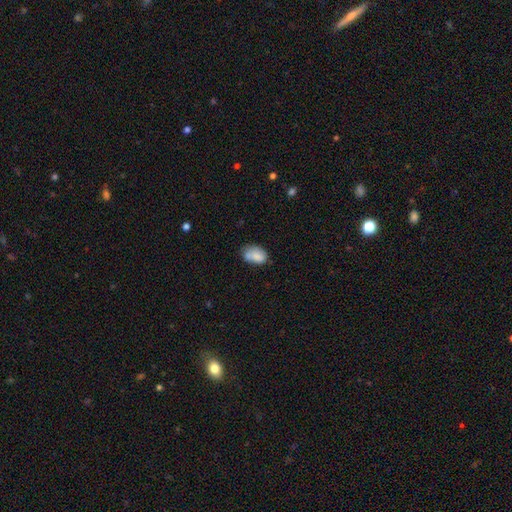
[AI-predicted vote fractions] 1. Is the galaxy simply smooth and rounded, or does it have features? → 78% smooth, 13% featured or disk, 9% star or artifact.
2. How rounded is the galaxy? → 84% in between, 14% round, 1% cigar-shaped.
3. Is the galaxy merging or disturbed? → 44% none, 26% minor disturbance, 23% merger, 8% major disturbance.